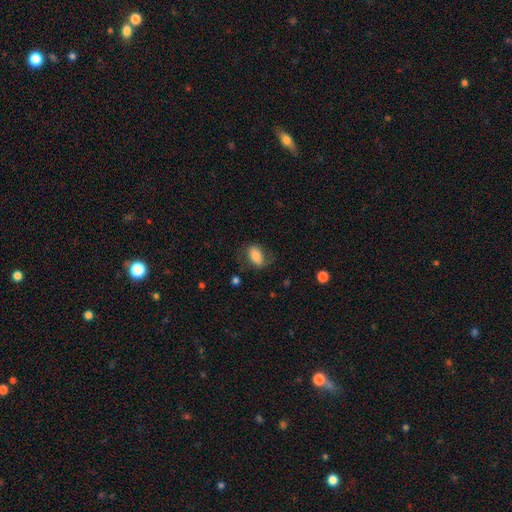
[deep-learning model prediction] smooth-or-featured: smooth: 70% | featured or disk: 22% | star or artifact: 8%
  how-rounded: in between: 87% | round: 11% | cigar-shaped: 2%
  merging: none: 60% | minor disturbance: 24% | major disturbance: 15% | merger: 2%